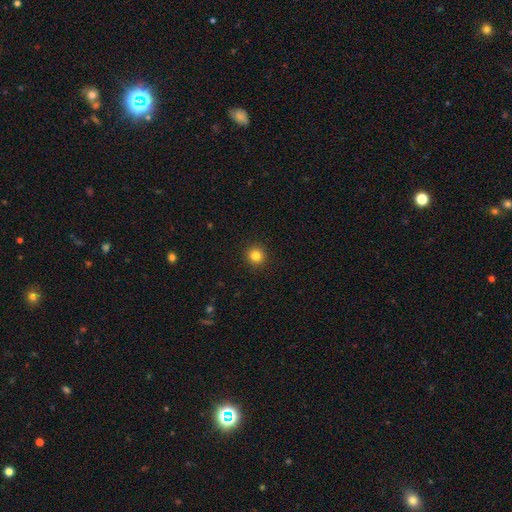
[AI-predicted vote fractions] Smooth or featured?
  - smooth: 84% *
  - star or artifact: 11%
  - featured or disk: 5%
How rounded?
  - round: 94% *
  - in between: 5%
  - cigar-shaped: 1%
Merging?
  - none: 93% *
  - minor disturbance: 5%
  - major disturbance: 2%
  - merger: 1%